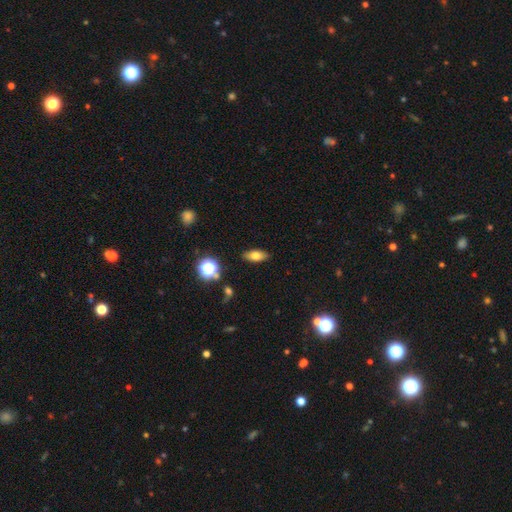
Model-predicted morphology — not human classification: smooth_or_featured: smooth (p=0.72) [alt: featured or disk p=0.17]
how_rounded: in between (p=0.80) [alt: cigar-shaped p=0.14]
merging: none (p=0.87) [alt: minor disturbance p=0.09]